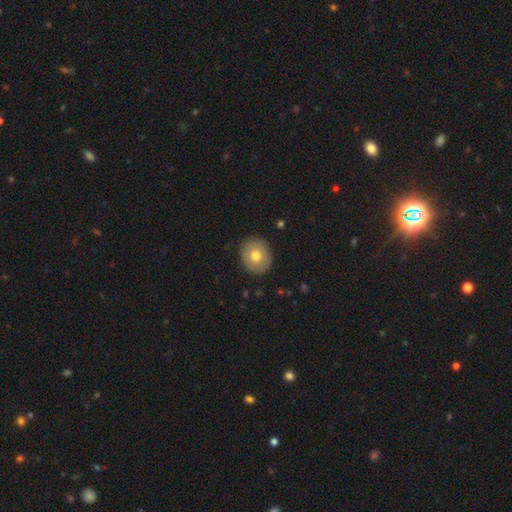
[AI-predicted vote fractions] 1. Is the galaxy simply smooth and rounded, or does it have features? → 68% smooth, 25% featured or disk, 7% star or artifact.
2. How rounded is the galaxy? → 75% round, 24% in between, 1% cigar-shaped.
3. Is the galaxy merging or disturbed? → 88% none, 8% minor disturbance, 2% major disturbance, 1% merger.